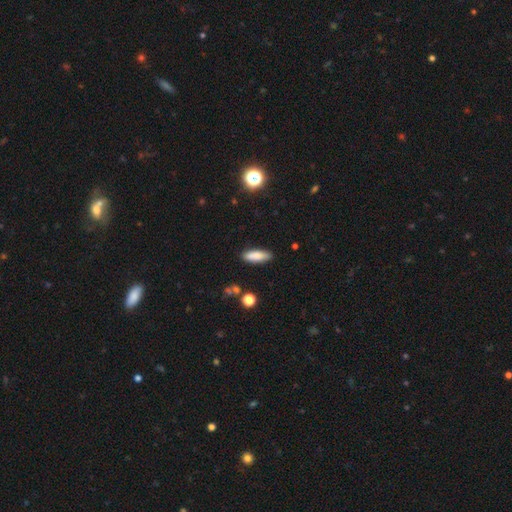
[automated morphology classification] smooth-or-featured: smooth: 84% | featured or disk: 9% | star or artifact: 7%
  how-rounded: in between: 56% | cigar-shaped: 42% | round: 2%
  merging: none: 86% | minor disturbance: 10% | major disturbance: 2% | merger: 2%